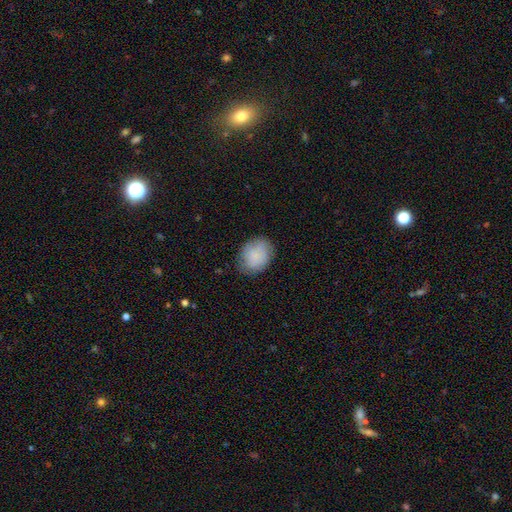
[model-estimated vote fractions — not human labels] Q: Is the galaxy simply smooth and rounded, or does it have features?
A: smooth — 82%.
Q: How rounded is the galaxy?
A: in between — 56%.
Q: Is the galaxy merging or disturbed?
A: none — 75%.